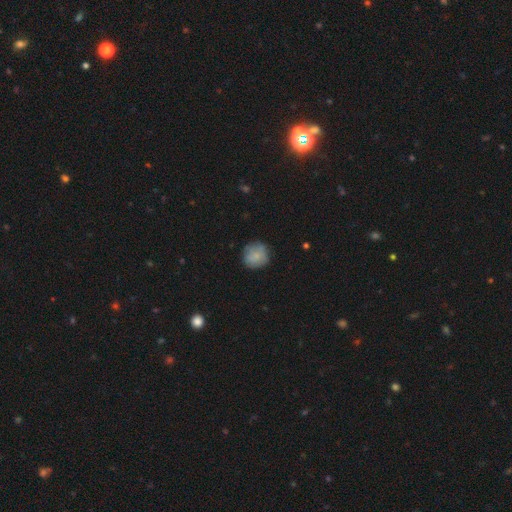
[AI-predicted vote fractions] Smooth or featured: smooth — 81% (featured or disk — 12%)
How rounded: round — 89% (in between — 10%)
Merging: none — 79% (minor disturbance — 16%)